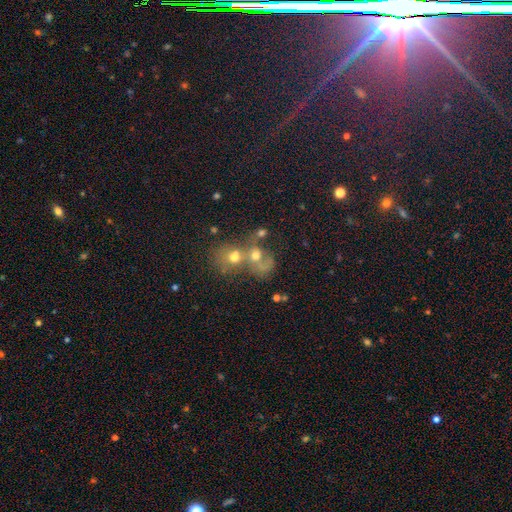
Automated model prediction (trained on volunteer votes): Q: Smooth or featured?
A: smooth (55%); runner-up: featured or disk (30%)
Q: How rounded?
A: round (61%); runner-up: in between (38%)
Q: Merging?
A: merger (68%); runner-up: none (17%)